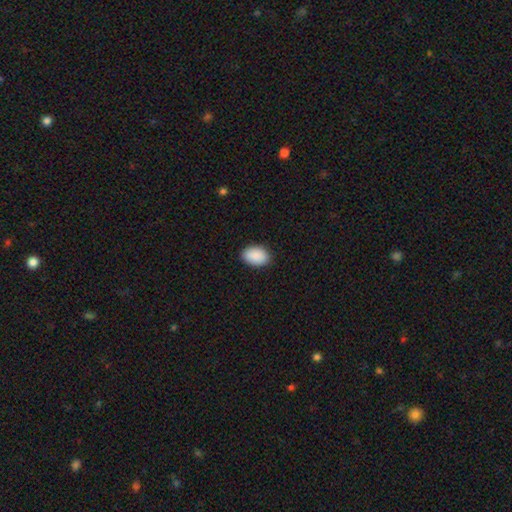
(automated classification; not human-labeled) A smooth galaxy with no disk features (91%) that is in between round and cigar-shaped (86%).

Vote fractions:
- Smooth or featured? smooth: 91% / star or artifact: 6% / featured or disk: 3%
- How rounded? in between: 86% / round: 13% / cigar-shaped: 1%
- Merging? none: 88% / minor disturbance: 9% / major disturbance: 2% / merger: 1%